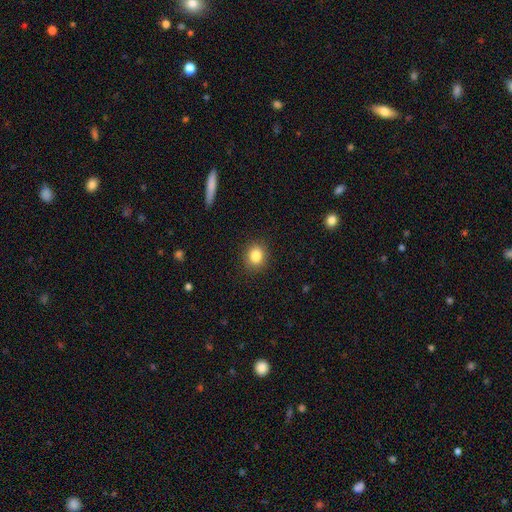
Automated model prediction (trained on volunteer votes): smooth-or-featured: smooth: 85% | star or artifact: 10% | featured or disk: 5%
  how-rounded: round: 77% | in between: 22% | cigar-shaped: 1%
  merging: none: 89% | minor disturbance: 7% | major disturbance: 2% | merger: 1%